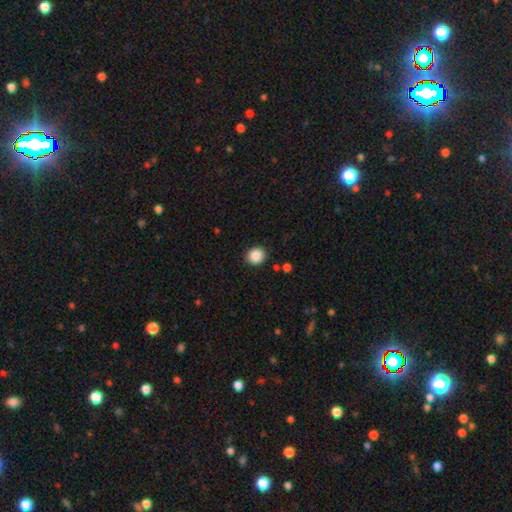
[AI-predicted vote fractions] smooth 88%, star or artifact 9%, featured or disk 3%. Down the decision tree: how rounded — round (85%); merging — none (90%).